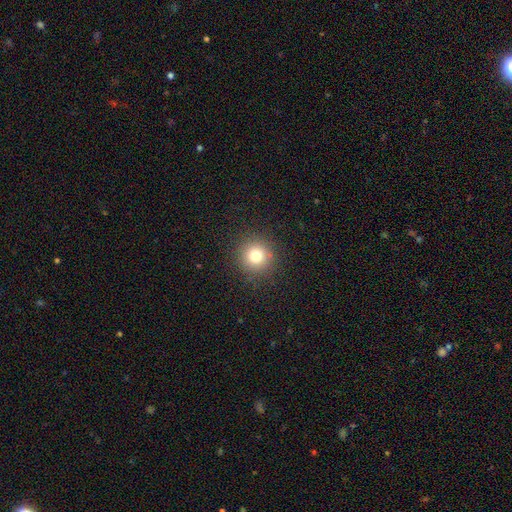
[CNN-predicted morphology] smooth 78%, star or artifact 14%, featured or disk 9%. Down the decision tree: how rounded — round (95%); merging — none (90%).